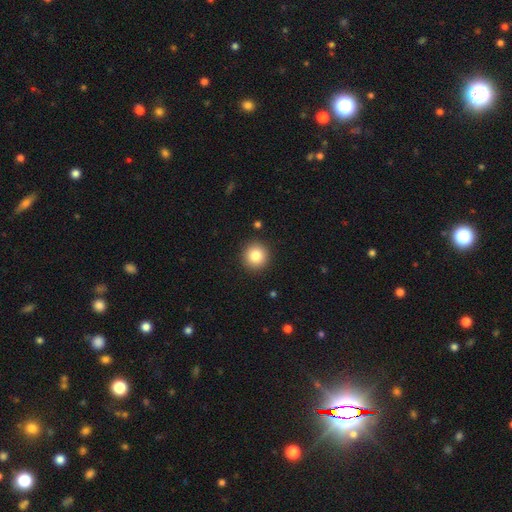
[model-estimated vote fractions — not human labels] Morphology: type=smooth (84%); roundness=round (94%); merging=none (92%).